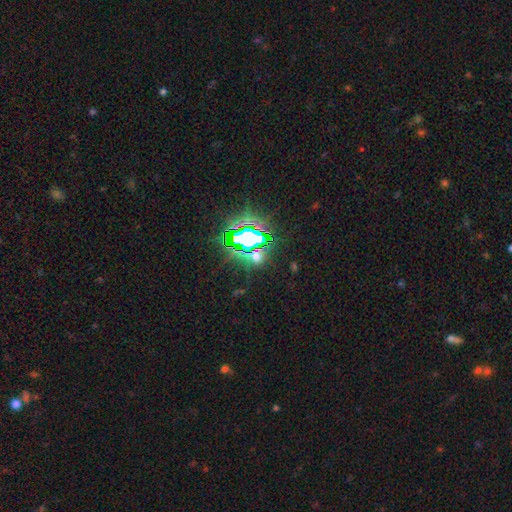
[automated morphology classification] Overall: star or artifact (71%).